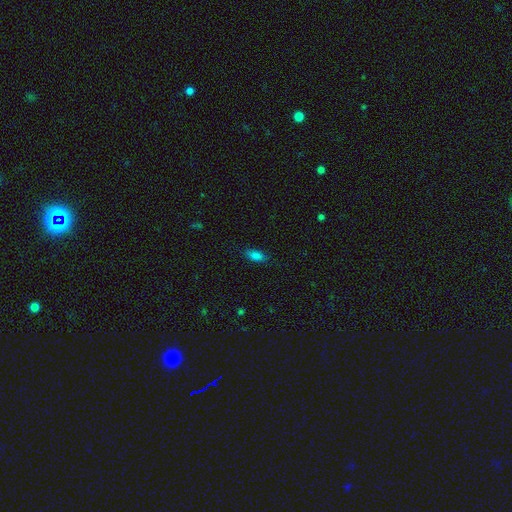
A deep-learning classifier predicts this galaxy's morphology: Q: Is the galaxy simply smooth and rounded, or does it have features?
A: smooth — 82%.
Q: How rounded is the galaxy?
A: in between — 86%.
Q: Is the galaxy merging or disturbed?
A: none — 83%.